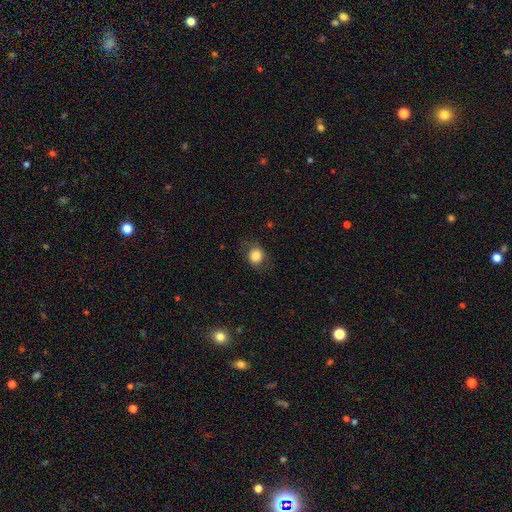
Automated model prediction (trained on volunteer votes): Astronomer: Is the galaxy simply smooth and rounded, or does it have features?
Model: smooth — 80%.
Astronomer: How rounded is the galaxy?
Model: round — 67%.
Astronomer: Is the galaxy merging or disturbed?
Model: none — 74%.